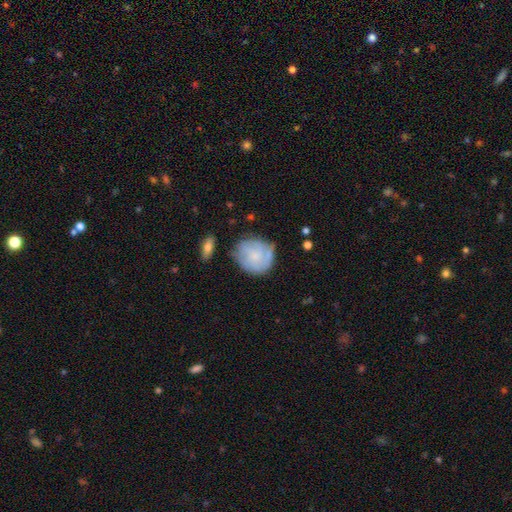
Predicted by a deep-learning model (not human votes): Smooth or featured: smooth — 48% (featured or disk — 45%)
Merging: none — 66% (minor disturbance — 23%)